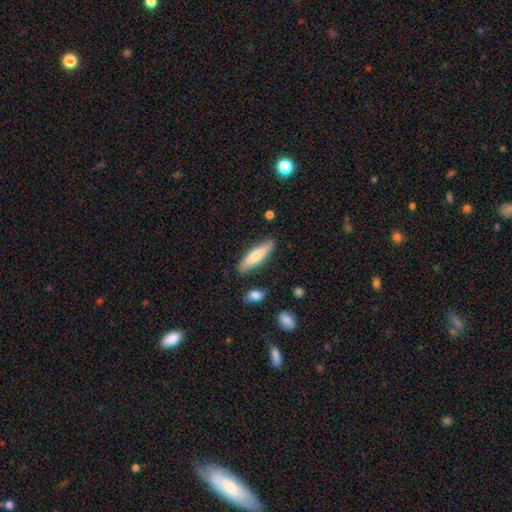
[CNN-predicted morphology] smooth_or_featured: smooth (p=0.68) [alt: featured or disk p=0.26]
how_rounded: cigar-shaped (p=0.76) [alt: in between p=0.22]
merging: none (p=0.83) [alt: minor disturbance p=0.12]